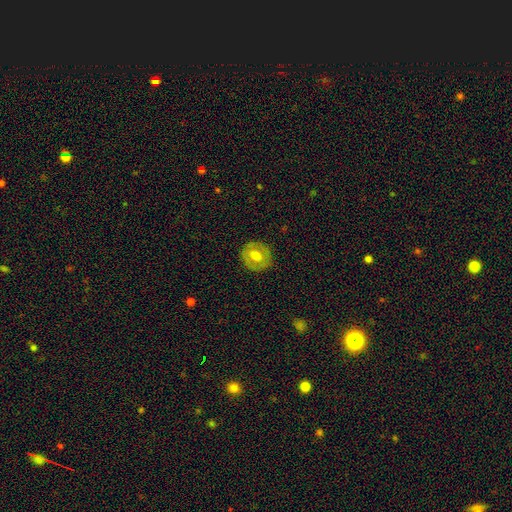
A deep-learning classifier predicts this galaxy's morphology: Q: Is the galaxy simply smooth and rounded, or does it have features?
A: smooth — 53%.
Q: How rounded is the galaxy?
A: round — 80%.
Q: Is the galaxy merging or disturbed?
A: none — 86%.